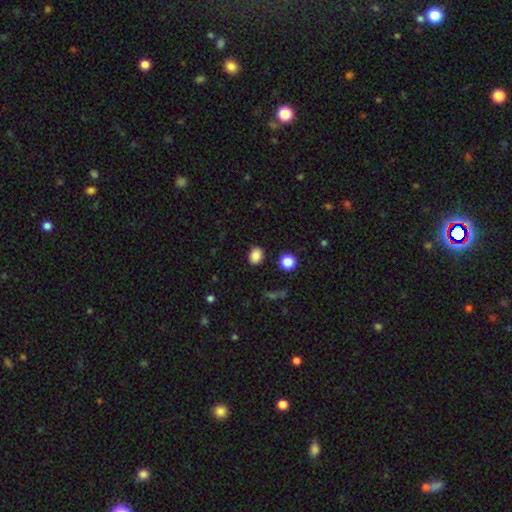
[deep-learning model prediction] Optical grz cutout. It shows a smooth galaxy with no disk features (86%) that is in between round and cigar-shaped (57%). Merging: none (88%).